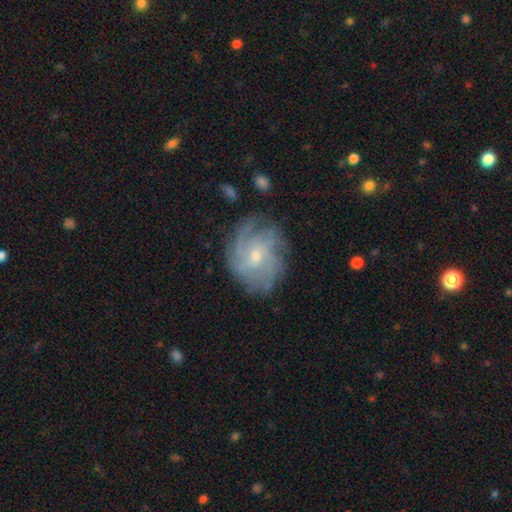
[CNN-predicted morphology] smooth_or_featured: featured or disk (p=0.81) [alt: smooth p=0.12]
disk_edge_on: no (p=0.97) [alt: yes p=0.03]
bar: no (p=0.63) [alt: weak p=0.32]
has_spiral_arms: yes (p=0.95) [alt: no p=0.05]
spiral_winding: tight (p=0.54) [alt: medium p=0.34]
spiral_arm_count: can't tell (p=0.33) [alt: 4 p=0.25]
bulge_size: small (p=0.60) [alt: moderate p=0.36]
merging: none (p=0.74) [alt: minor disturbance p=0.17]